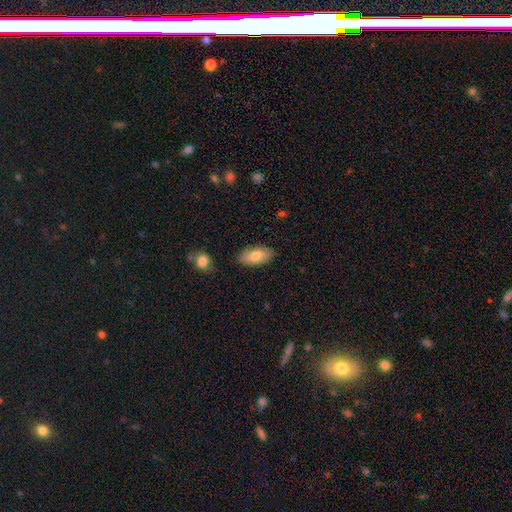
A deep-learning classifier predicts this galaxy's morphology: Smooth or featured? smooth (81%)
How rounded? in between (91%)
Merging? none (84%)